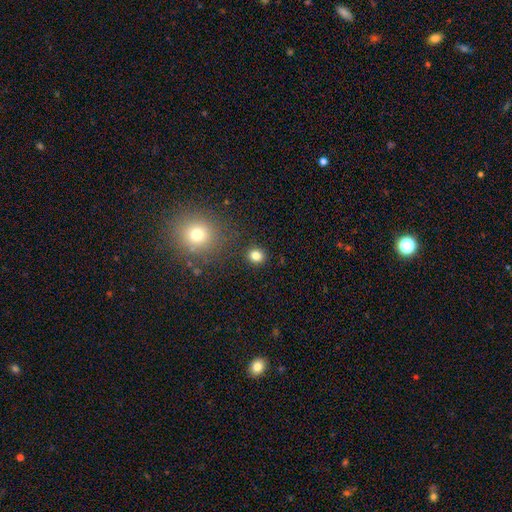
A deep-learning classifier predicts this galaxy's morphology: Smooth or featured: smooth — 81% (star or artifact — 13%)
How rounded: round — 80% (in between — 20%)
Merging: none — 86% (minor disturbance — 7%)